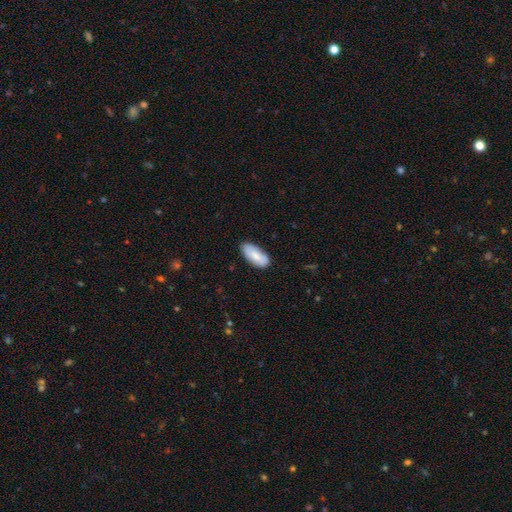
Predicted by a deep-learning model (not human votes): This appears to be a smooth galaxy with no disk features (80%) that is in between round and cigar-shaped (90%). Merging: none (78%).